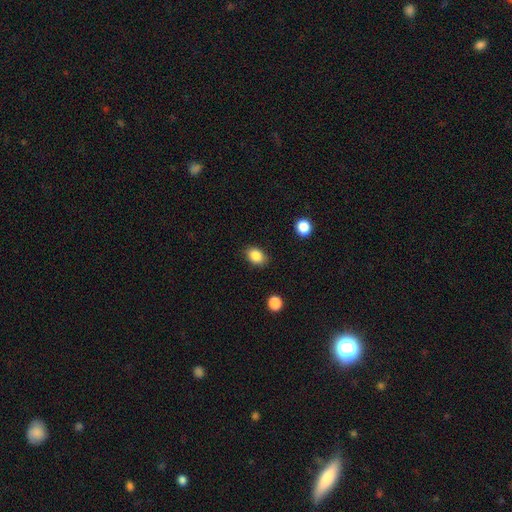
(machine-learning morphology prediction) A smooth galaxy with no disk features (87%) that is in between round and cigar-shaped (71%).

Vote fractions:
- Smooth or featured? smooth: 87% / star or artifact: 9% / featured or disk: 4%
- How rounded? in between: 71% / round: 28% / cigar-shaped: 1%
- Merging? none: 83% / minor disturbance: 12% / major disturbance: 3% / merger: 2%